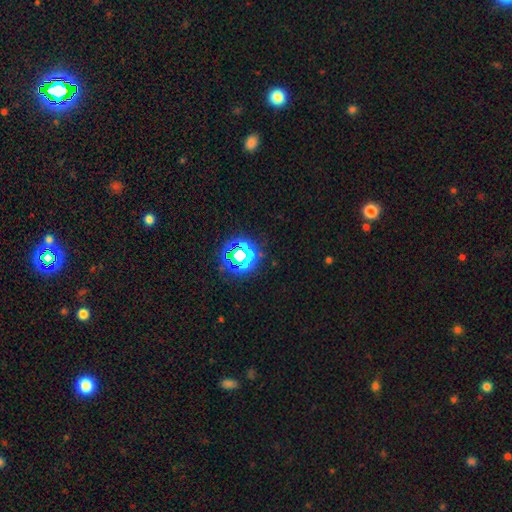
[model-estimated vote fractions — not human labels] Smooth or featured?
  - star or artifact: 70% *
  - smooth: 22%
  - featured or disk: 8%